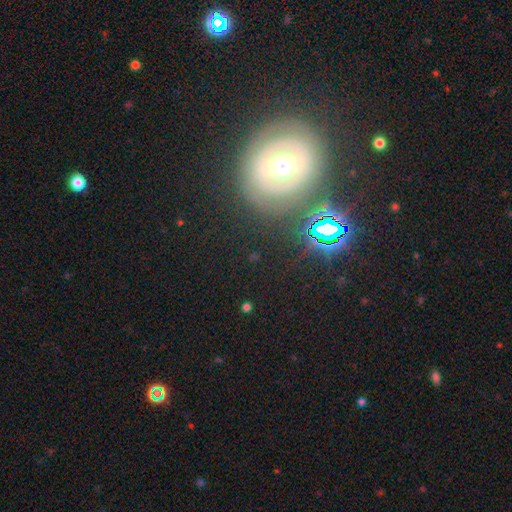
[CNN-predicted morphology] Smooth or featured? featured or disk (59%)
Edge-on disk? no (92%)
Bar? weak (35%)
Spiral arms? yes (55%)
Bulge size? moderate (65%)
Merging? none (78%)